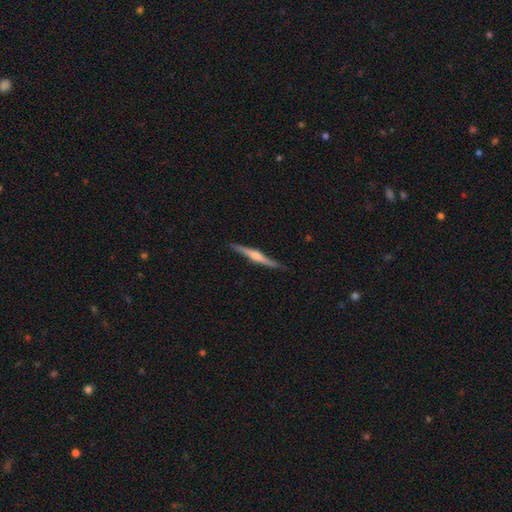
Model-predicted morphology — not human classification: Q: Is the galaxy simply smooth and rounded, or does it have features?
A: featured or disk — 70%.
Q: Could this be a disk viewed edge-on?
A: yes — 98%.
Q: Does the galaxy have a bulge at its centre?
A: rounded — 79%.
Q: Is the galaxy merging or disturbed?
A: none — 88%.